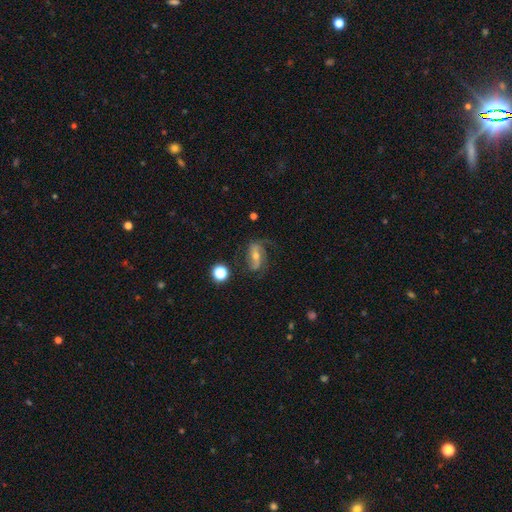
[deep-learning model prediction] Smooth or featured: featured or disk — 75% (smooth — 14%)
Edge-on disk: no — 93% (yes — 7%)
Bar: strong — 41% (weak — 33%)
Spiral arms: yes — 91% (no — 9%)
Spiral winding: medium — 41% (loose — 38%)
Spiral arm count: 2 — 78% (can't tell — 9%)
Bulge size: moderate — 50% (small — 43%)
Merging: none — 68% (minor disturbance — 17%)